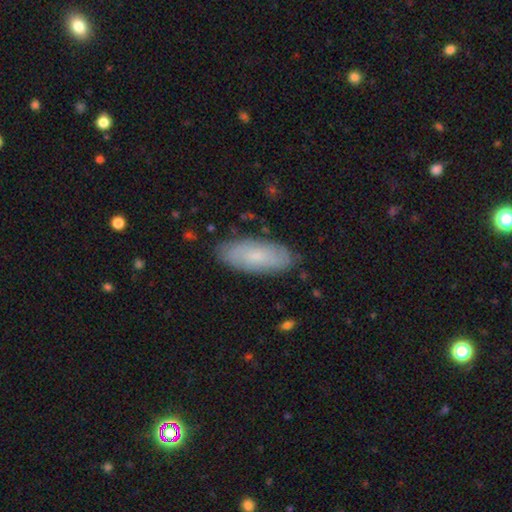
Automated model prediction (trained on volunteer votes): Smooth or featured? smooth (62%)
How rounded? in between (79%)
Merging? none (84%)